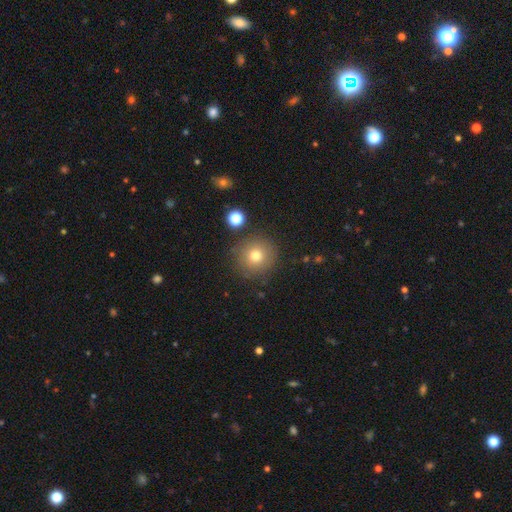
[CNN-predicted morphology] Overall: smooth (74%). How rounded: round (93%). Merging: none (84%).